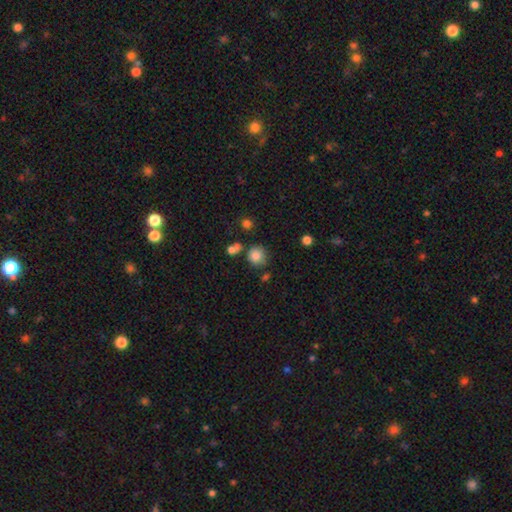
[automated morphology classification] A smooth galaxy with no disk features (83%) that is round (89%). Merging: none (71%).